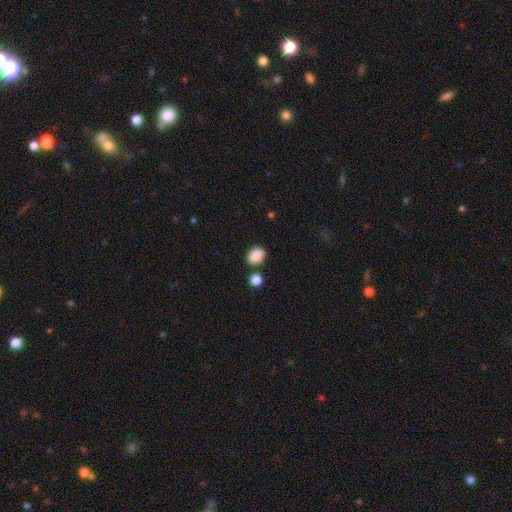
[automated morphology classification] This appears to be a smooth galaxy with no disk features (88%) that is in between round and cigar-shaped (63%). Merging: none (78%).